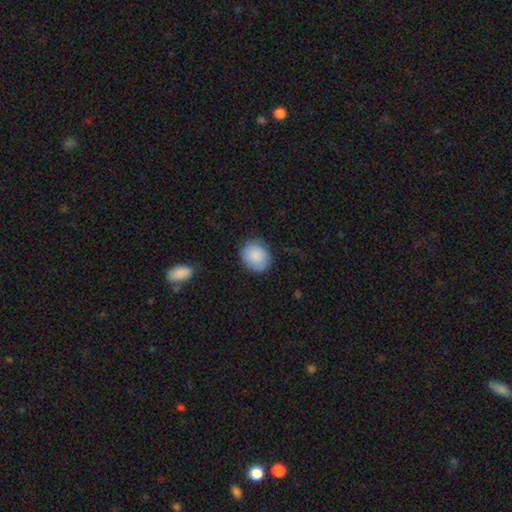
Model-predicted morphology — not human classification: Smooth or featured? Predicted: smooth (p=0.87). How rounded? Predicted: round (p=0.61). Merging? Predicted: none (p=0.79).